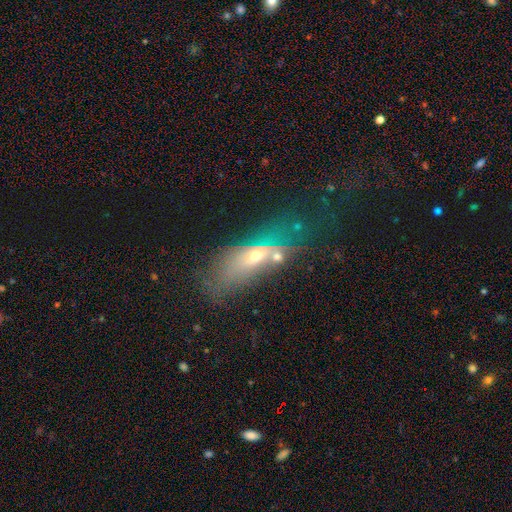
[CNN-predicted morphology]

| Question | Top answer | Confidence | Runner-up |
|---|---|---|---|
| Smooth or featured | smooth | 43% | featured or disk (39%) |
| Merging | none | 35% | merger (26%) |